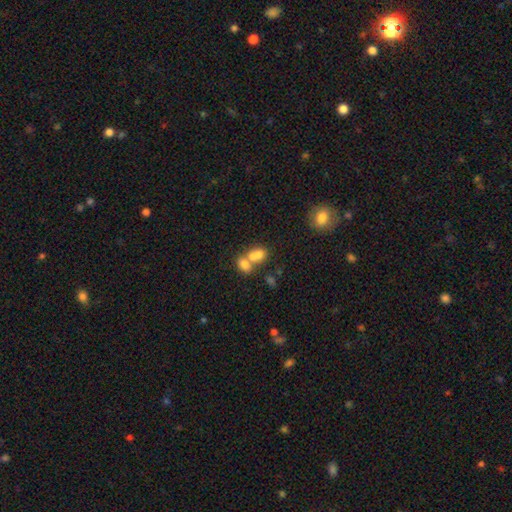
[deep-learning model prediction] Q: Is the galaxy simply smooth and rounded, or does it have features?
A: smooth — 73%.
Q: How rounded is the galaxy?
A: in between — 64%.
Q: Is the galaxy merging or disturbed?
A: merger — 68%.